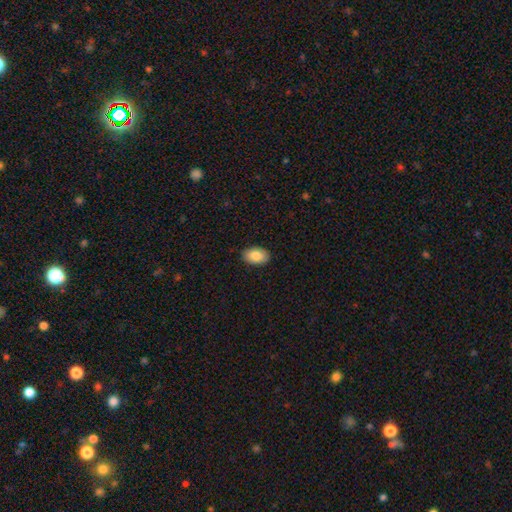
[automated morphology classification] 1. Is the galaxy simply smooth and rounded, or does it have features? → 86% smooth, 7% featured or disk, 7% star or artifact.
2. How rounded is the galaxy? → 92% in between, 7% round, 1% cigar-shaped.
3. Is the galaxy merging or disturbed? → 89% none, 8% minor disturbance, 2% major disturbance, 1% merger.